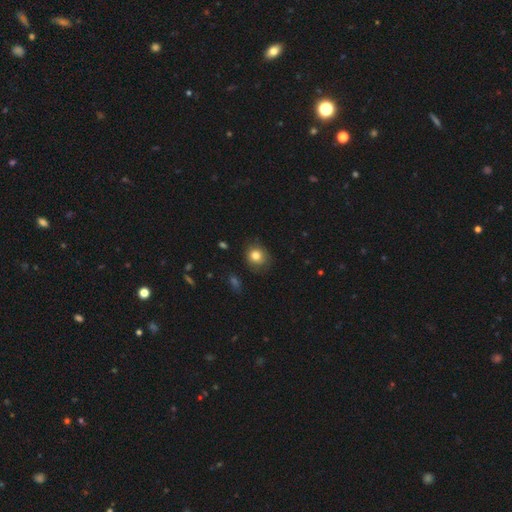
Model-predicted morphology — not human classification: Smooth or featured? smooth (81%)
How rounded? round (76%)
Merging? none (77%)